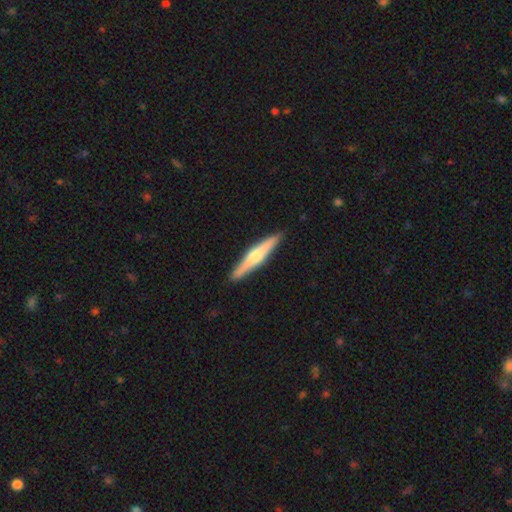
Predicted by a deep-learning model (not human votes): A featured or disk galaxy (55%) viewed edge-on (97%) with a rounded central bulge (79%).

Vote fractions:
- Smooth or featured? featured or disk: 55% / smooth: 40% / star or artifact: 5%
- Edge-on disk? yes: 97% / no: 3%
- Edge-on bulge? rounded: 79% / none: 11% / boxy: 9%
- Merging? none: 91% / minor disturbance: 6% / major disturbance: 1% / merger: 1%